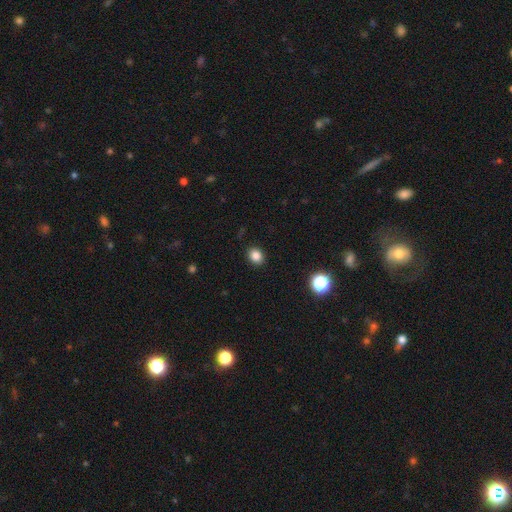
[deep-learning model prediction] This is clearly a smooth galaxy (84%). How rounded: possibly round (55%). Merging: clearly none (90%).